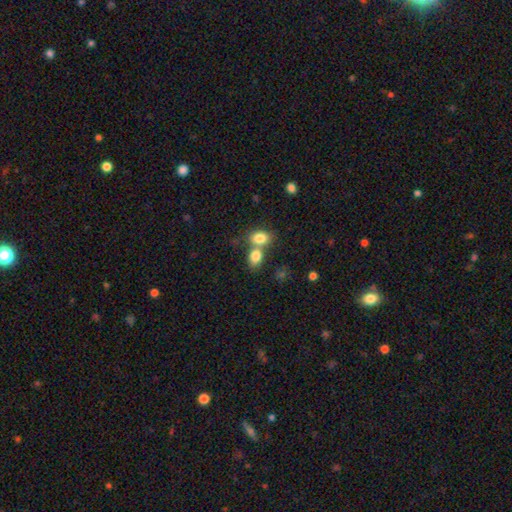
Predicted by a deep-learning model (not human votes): Overall: smooth (82%). How rounded: in between (70%). Merging: merger (54%; none 35%).